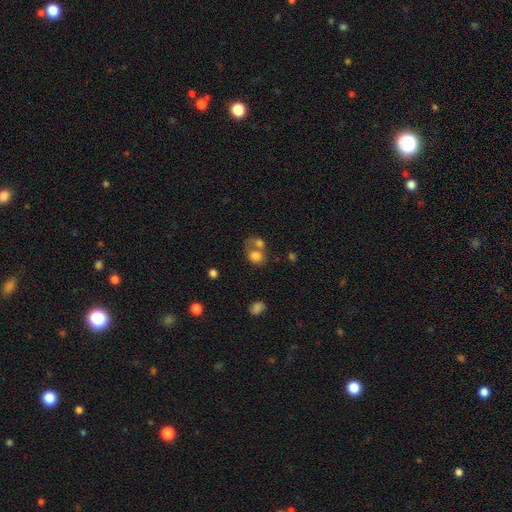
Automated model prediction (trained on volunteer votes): A smooth galaxy with no disk features (76%) that is round (58%). Merging: merger (55%).